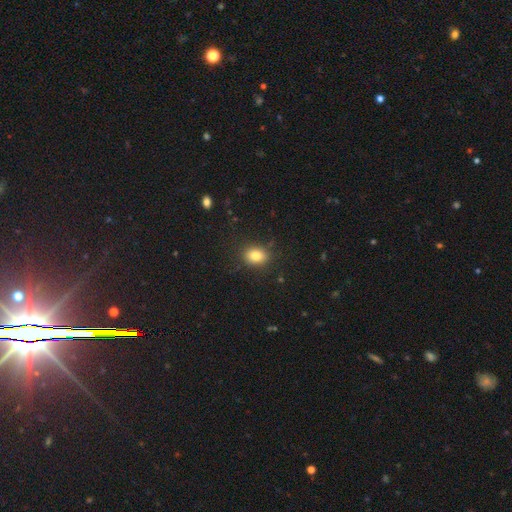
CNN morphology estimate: The model was most divided on "how rounded": in between: 57%, round: 42%, cigar-shaped: 1%. More confident: merging — none (85%); smooth or featured — smooth (83%).